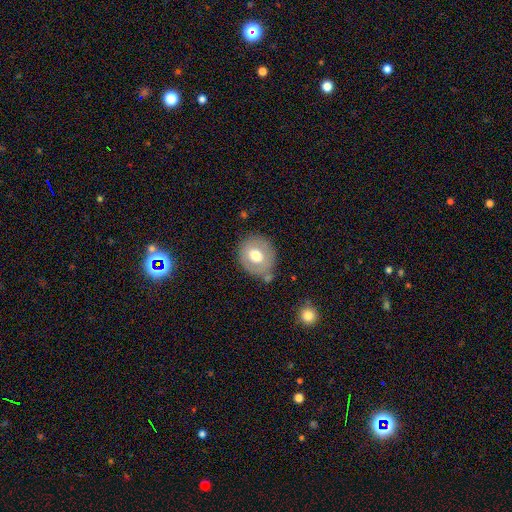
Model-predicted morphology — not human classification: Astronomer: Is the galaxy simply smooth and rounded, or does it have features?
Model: smooth — 63%.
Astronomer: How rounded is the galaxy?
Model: round — 72%.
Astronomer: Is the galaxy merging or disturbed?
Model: none — 70%.